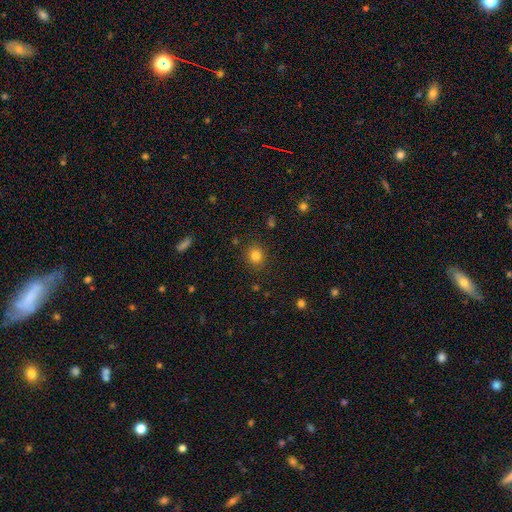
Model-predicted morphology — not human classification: smooth 83%, star or artifact 12%, featured or disk 5%. Down the decision tree: how rounded — round (82%); merging — none (87%).